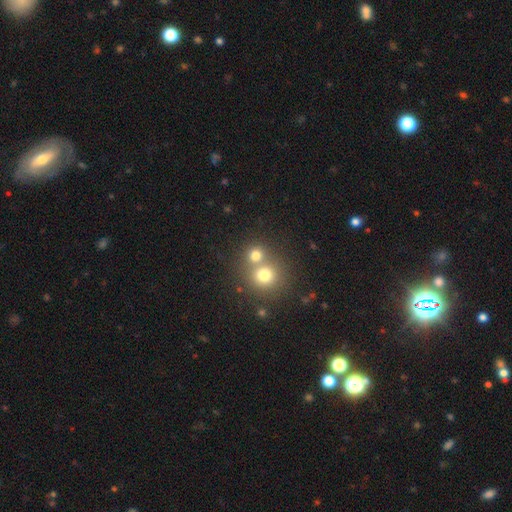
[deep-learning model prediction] Smooth or featured? smooth (74%)
How rounded? round (86%)
Merging? none (47%)